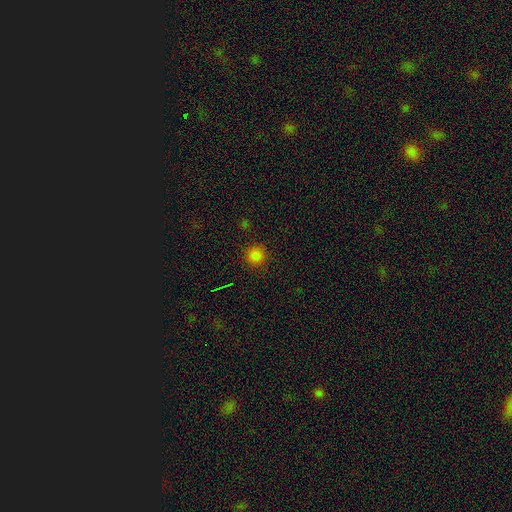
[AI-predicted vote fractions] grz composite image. It shows a smooth galaxy with no disk features (81%) that is round (94%). Merging: none (89%).